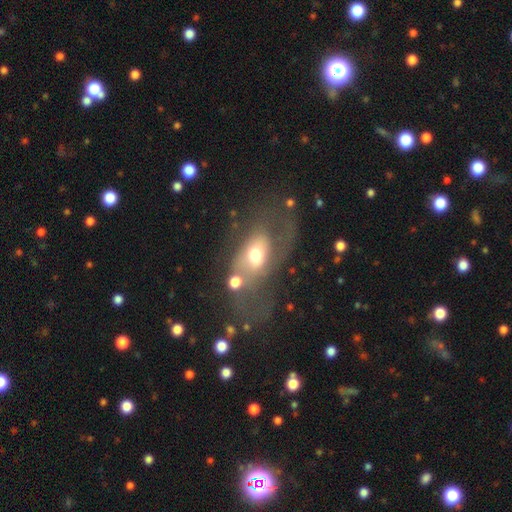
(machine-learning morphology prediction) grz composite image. It shows a featured or disk galaxy (50%). Merging: none (35%).